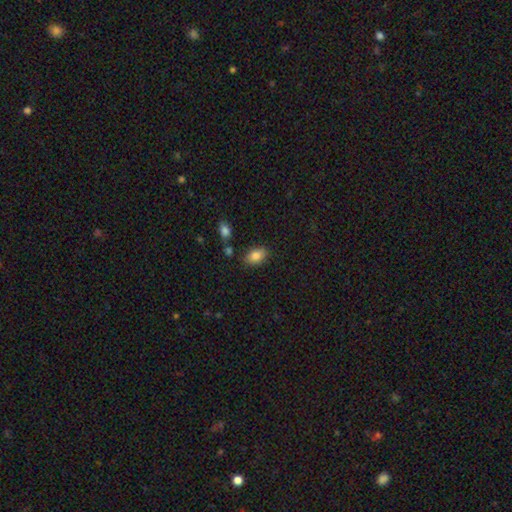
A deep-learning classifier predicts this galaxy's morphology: smooth-or-featured: smooth: 85% | star or artifact: 8% | featured or disk: 7%
  how-rounded: in between: 87% | round: 11% | cigar-shaped: 2%
  merging: none: 81% | minor disturbance: 12% | merger: 4% | major disturbance: 3%